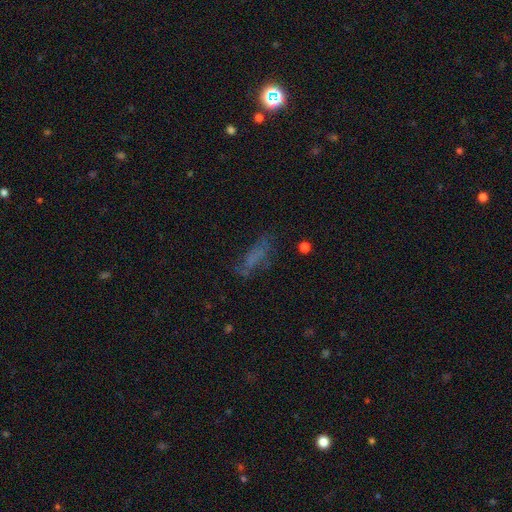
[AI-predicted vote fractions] Q: Smooth or featured?
A: smooth (53%); runner-up: featured or disk (28%)
Q: How rounded?
A: in between (53%); runner-up: cigar-shaped (43%)
Q: Merging?
A: none (49%); runner-up: minor disturbance (24%)